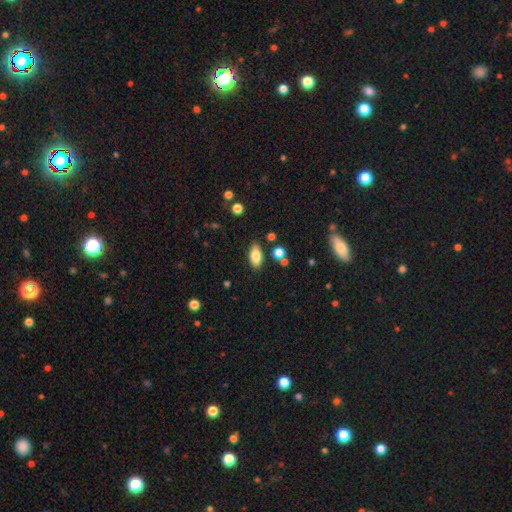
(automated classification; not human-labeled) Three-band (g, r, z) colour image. It shows a smooth galaxy with no disk features (80%) that is in between round and cigar-shaped (89%). Merging: none (83%).